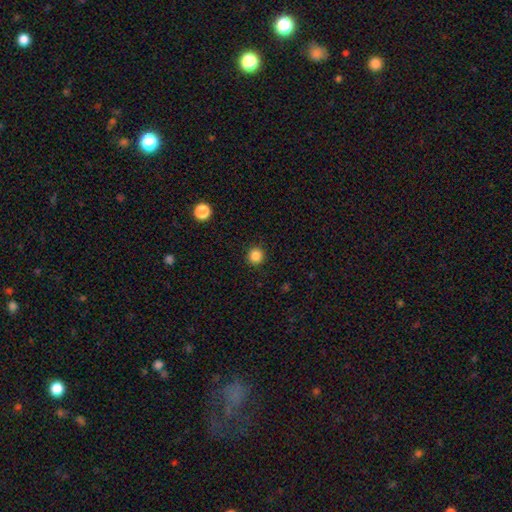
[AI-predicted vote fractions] Smooth or featured?
  - smooth: 85% *
  - star or artifact: 12%
  - featured or disk: 3%
How rounded?
  - round: 94% *
  - in between: 5%
  - cigar-shaped: 1%
Merging?
  - none: 92% *
  - minor disturbance: 5%
  - major disturbance: 2%
  - merger: 1%